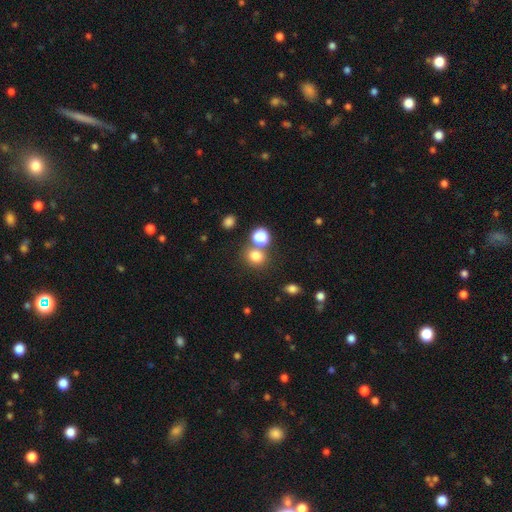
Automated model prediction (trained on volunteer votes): The model was most divided on "how rounded": round: 72%, in between: 27%, cigar-shaped: 1%. More confident: smooth or featured — smooth (76%); merging — none (67%).